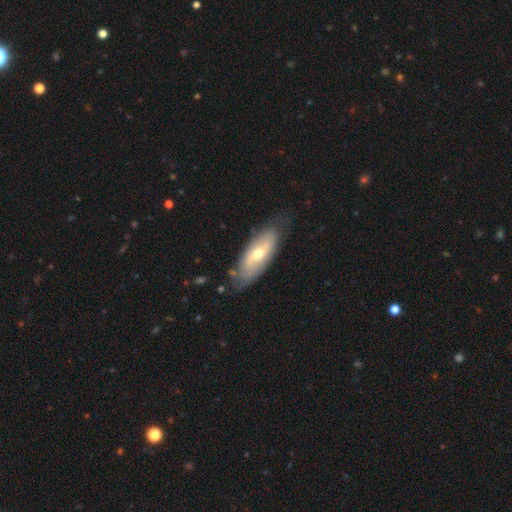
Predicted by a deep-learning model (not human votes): smooth-or-featured: featured or disk: 54% | smooth: 38% | star or artifact: 8%
  disk-edge-on: no: 75% | yes: 25%
  merging: none: 73% | minor disturbance: 20% | major disturbance: 5% | merger: 2%